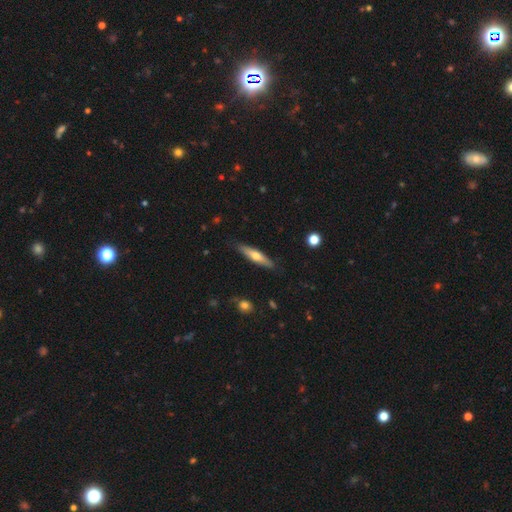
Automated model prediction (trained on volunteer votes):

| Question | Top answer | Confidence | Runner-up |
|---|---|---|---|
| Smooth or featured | smooth | 52% | featured or disk (42%) |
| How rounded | cigar-shaped | 82% | in between (17%) |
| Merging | none | 86% | minor disturbance (11%) |